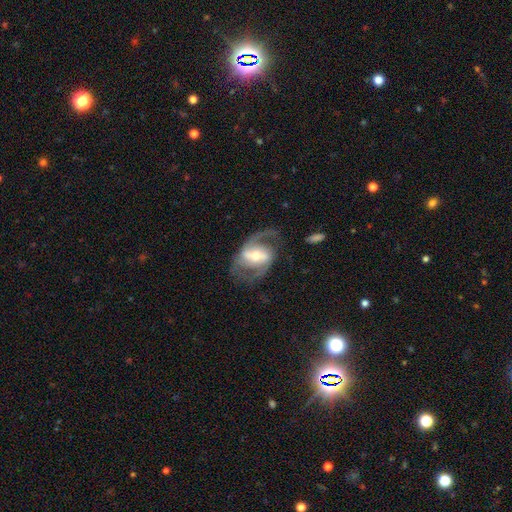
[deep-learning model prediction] A featured or disk galaxy (86%) with a strong bar (48%), 2 (87%) medium (51%) spiral arms (93%) and a moderate central bulge (60%).

Vote fractions:
- Smooth or featured? featured or disk: 86% / smooth: 9% / star or artifact: 5%
- Edge-on disk? no: 96% / yes: 4%
- Bar? strong: 48% / weak: 37% / no: 15%
- Spiral arms? yes: 93% / no: 7%
- Spiral winding? medium: 51% / loose: 34% / tight: 15%
- Spiral arm count? 2: 87% / 1: 5% / can't tell: 4% / 3: 2% / 4: 1% / more than 4: 1%
- Bulge size? moderate: 60% / small: 28% / large: 9% / none: 1% / dominant: 1%
- Merging? none: 67% / minor disturbance: 16% / major disturbance: 15% / merger: 2%